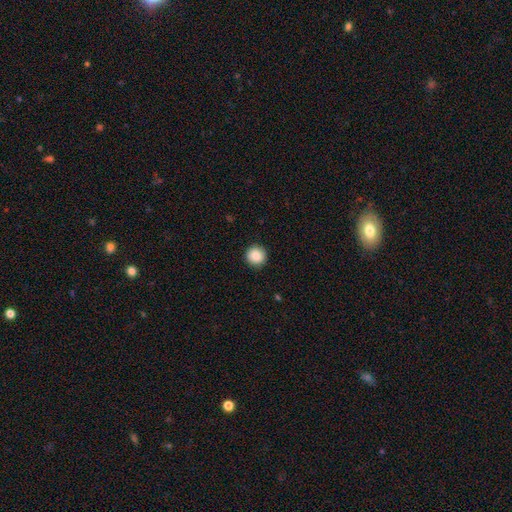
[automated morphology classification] A smooth galaxy with no disk features (88%) that is round (95%). Merging: none (92%).